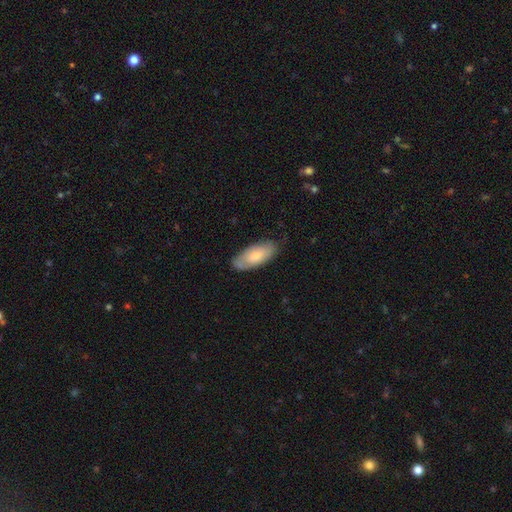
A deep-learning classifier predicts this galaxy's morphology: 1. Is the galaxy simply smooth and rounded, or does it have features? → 70% smooth, 24% featured or disk, 6% star or artifact.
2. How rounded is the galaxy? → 87% in between, 11% cigar-shaped, 2% round.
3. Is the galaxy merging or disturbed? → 74% none, 21% minor disturbance, 4% major disturbance, 1% merger.